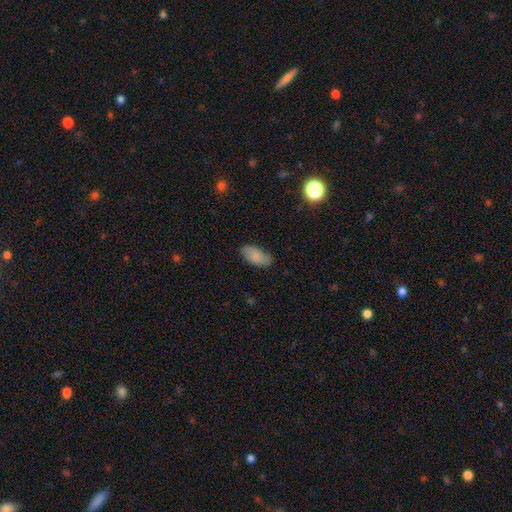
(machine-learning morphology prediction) Q: Smooth or featured?
A: smooth (84%); runner-up: featured or disk (9%)
Q: How rounded?
A: in between (93%); runner-up: cigar-shaped (4%)
Q: Merging?
A: none (78%); runner-up: minor disturbance (18%)